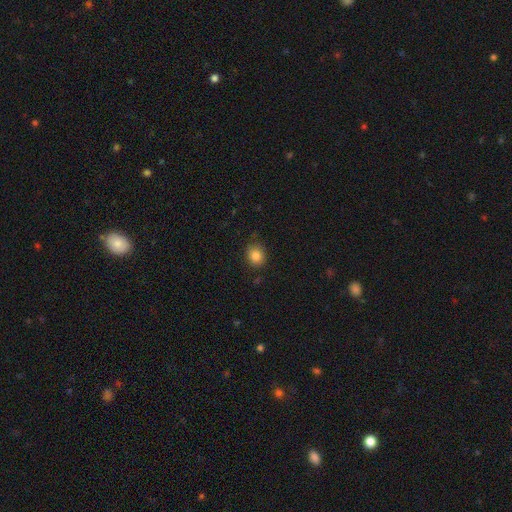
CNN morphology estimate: The model was most divided on "how rounded": round: 68%, in between: 31%, cigar-shaped: 1%. More confident: smooth or featured — smooth (85%); merging — none (83%).